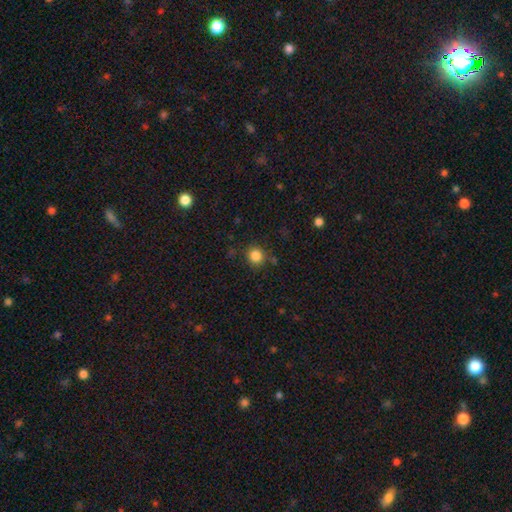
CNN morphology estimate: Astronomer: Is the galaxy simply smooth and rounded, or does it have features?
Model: smooth — 85%.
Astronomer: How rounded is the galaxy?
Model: round — 90%.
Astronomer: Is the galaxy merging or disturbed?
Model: none — 84%.